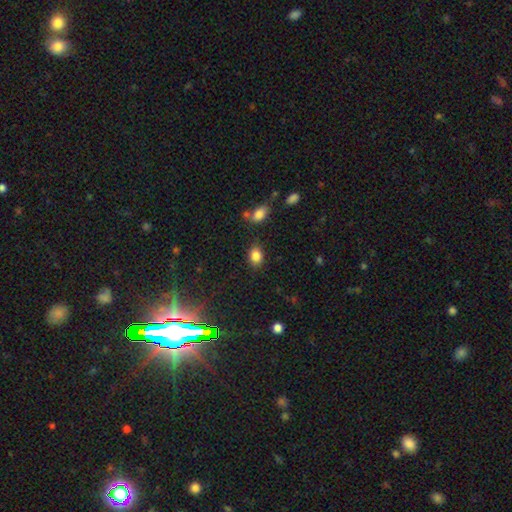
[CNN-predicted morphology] Smooth or featured? smooth (83%)
How rounded? in between (72%)
Merging? none (83%)